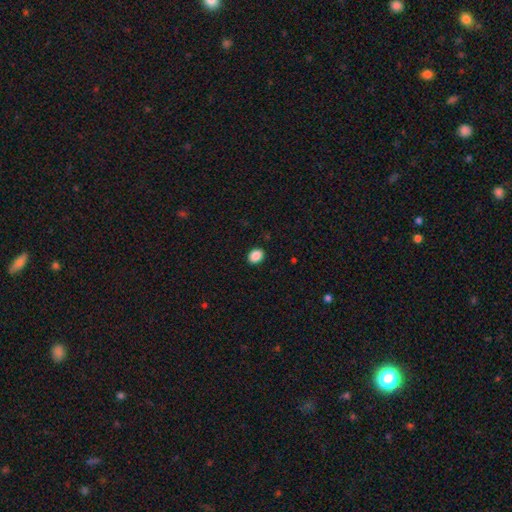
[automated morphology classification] Smooth or featured? smooth (89%)
How rounded? in between (59%)
Merging? none (90%)